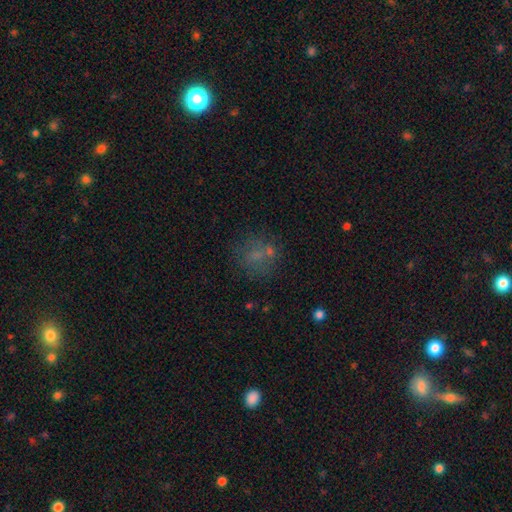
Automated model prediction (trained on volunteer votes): Q: Smooth or featured?
A: smooth (55%); runner-up: star or artifact (23%)
Q: How rounded?
A: round (78%); runner-up: in between (21%)
Q: Merging?
A: none (63%); runner-up: minor disturbance (15%)